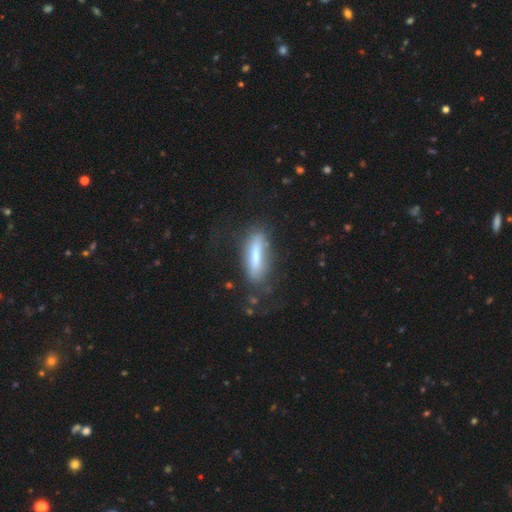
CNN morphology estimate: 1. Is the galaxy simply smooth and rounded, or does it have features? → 62% smooth, 31% featured or disk, 7% star or artifact.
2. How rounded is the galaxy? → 69% cigar-shaped, 29% in between, 2% round.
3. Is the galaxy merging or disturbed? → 71% none, 18% minor disturbance, 9% major disturbance, 3% merger.